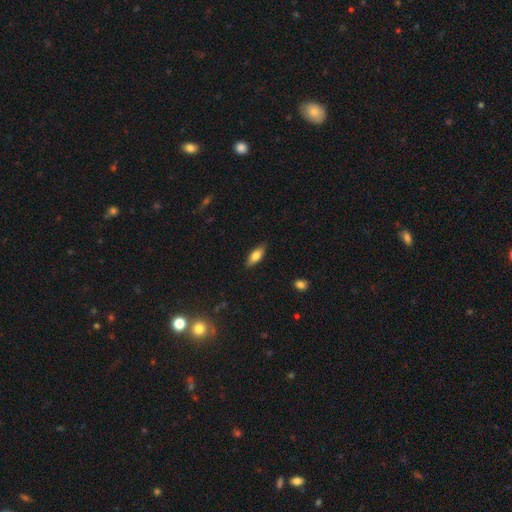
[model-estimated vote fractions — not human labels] smooth 75%, featured or disk 18%, star or artifact 7%. Down the decision tree: how rounded — in between (76%); merging — none (87%).